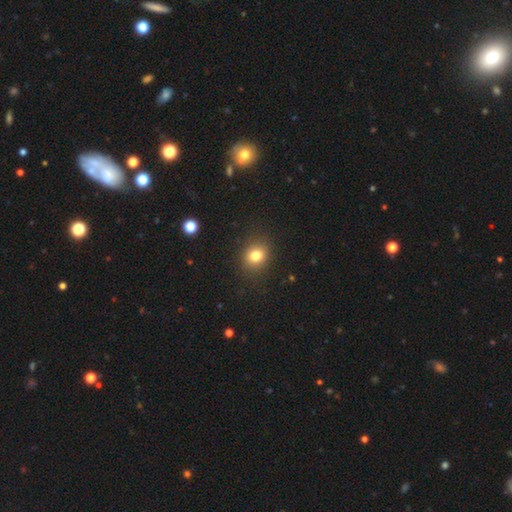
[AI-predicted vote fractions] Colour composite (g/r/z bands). It shows a smooth galaxy with no disk features (80%) that is round (65%). Merging: none (88%).